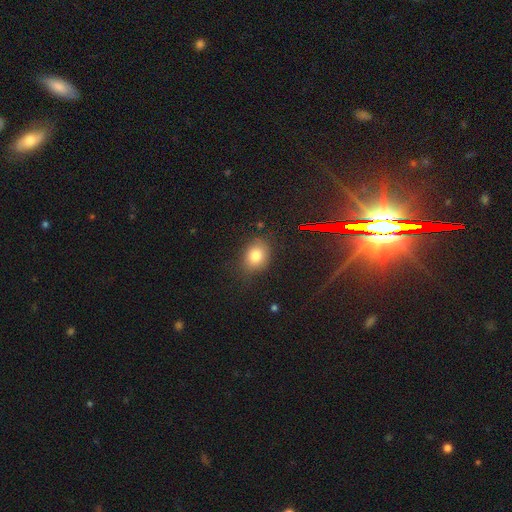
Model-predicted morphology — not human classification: smooth-or-featured: smooth: 79% | star or artifact: 13% | featured or disk: 9%
  how-rounded: in between: 58% | round: 41% | cigar-shaped: 1%
  merging: none: 77% | minor disturbance: 17% | major disturbance: 5% | merger: 2%